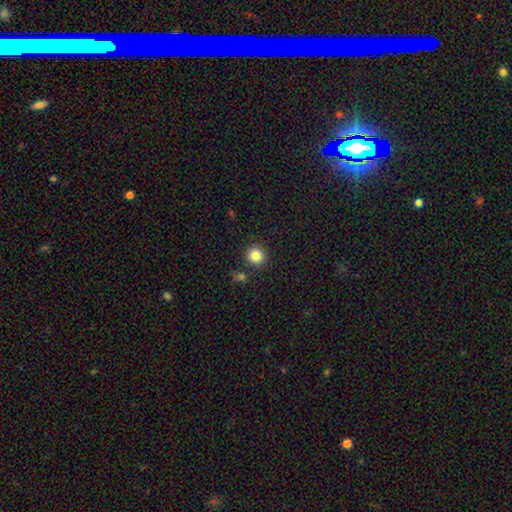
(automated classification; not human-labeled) Smooth or featured? Predicted: smooth (p=0.84). How rounded? Predicted: round (p=0.91). Merging? Predicted: none (p=0.87).